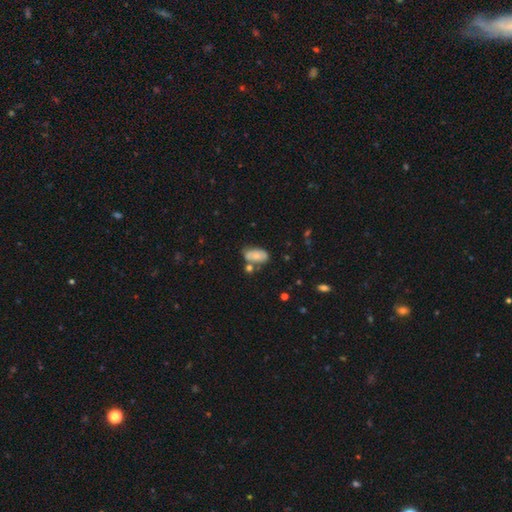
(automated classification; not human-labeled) Morphology: type=smooth (66%); roundness=in between (91%); merging=none (55%).